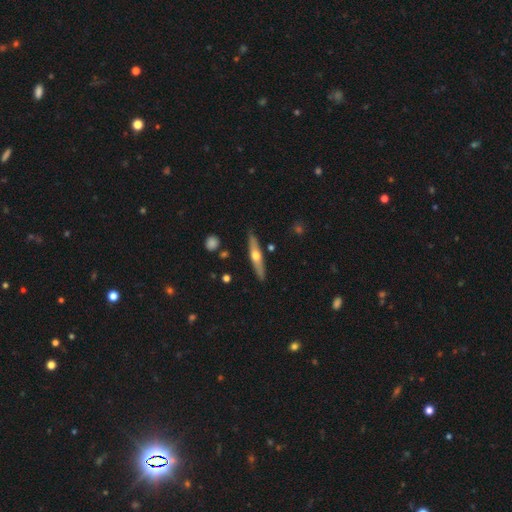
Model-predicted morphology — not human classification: smooth_or_featured: featured or disk (p=0.58) [alt: smooth p=0.37]
disk_edge_on: yes (p=0.93) [alt: no p=0.07]
edge_on_bulge: rounded (p=0.92) [alt: none p=0.05]
merging: none (p=0.87) [alt: minor disturbance p=0.09]